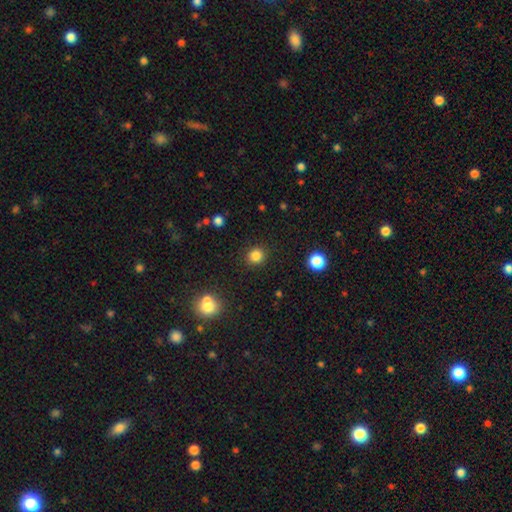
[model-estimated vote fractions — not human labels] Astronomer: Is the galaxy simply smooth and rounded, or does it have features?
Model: smooth — 84%.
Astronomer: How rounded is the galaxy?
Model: round — 90%.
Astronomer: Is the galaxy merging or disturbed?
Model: none — 90%.